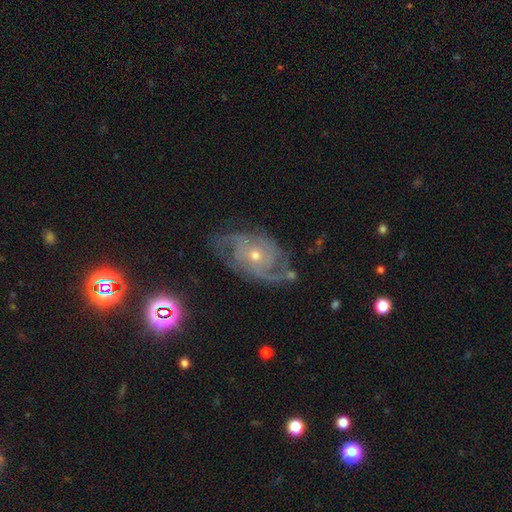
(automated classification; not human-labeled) smooth-or-featured: featured or disk: 86% | smooth: 7% | star or artifact: 7%
  disk-edge-on: no: 96% | yes: 4%
    bar: no: 76% | weak: 19% | strong: 4%
    has-spiral-arms: yes: 95% | no: 5%
      spiral-winding: tight: 44% | medium: 42% | loose: 14%
      spiral-arm-count: 2: 41% | 3: 22% | can't tell: 21% | 4: 6% | 1: 5% | more than 4: 5%
    bulge-size: small: 54% | moderate: 43% | large: 1% | none: 1% | dominant: 1%
  merging: none: 63% | minor disturbance: 22% | major disturbance: 13% | merger: 2%